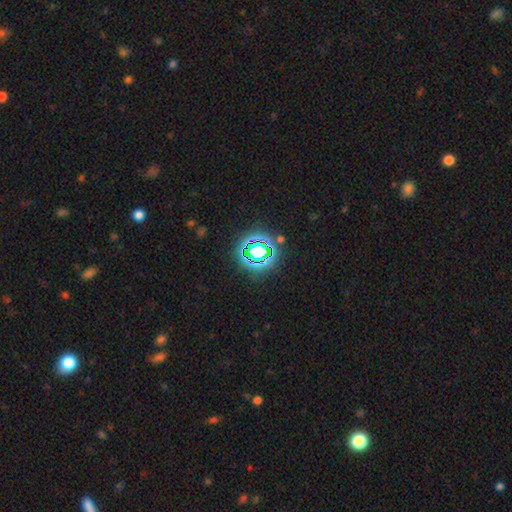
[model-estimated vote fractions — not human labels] Morphology: type=star or artifact (70%).